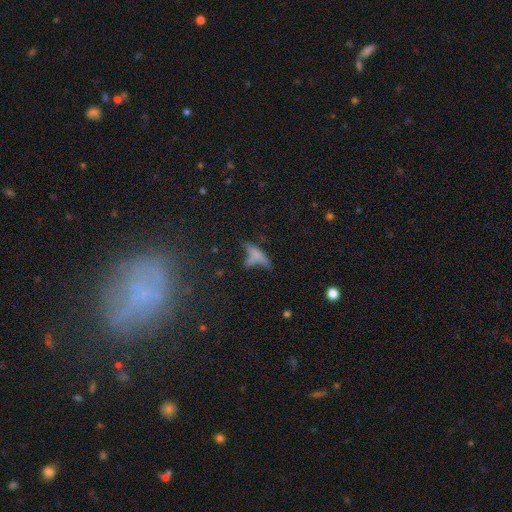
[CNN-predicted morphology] Smooth or featured: smooth — 54% (featured or disk — 26%)
How rounded: cigar-shaped — 50% (in between — 43%)
Merging: none — 33% (merger — 25%)